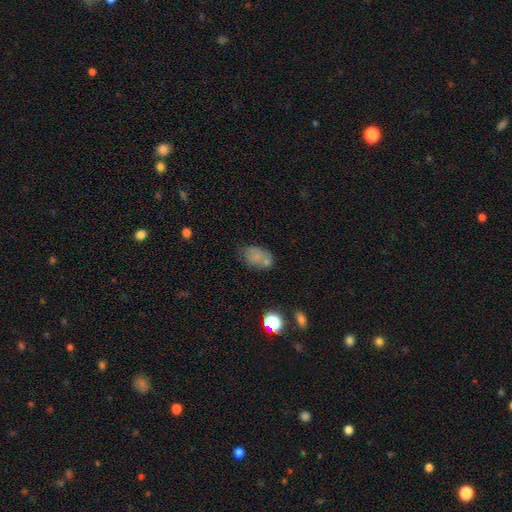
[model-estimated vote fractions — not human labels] This appears to be a smooth galaxy with no disk features (70%) that is in between round and cigar-shaped (80%). Merging: none (45%).